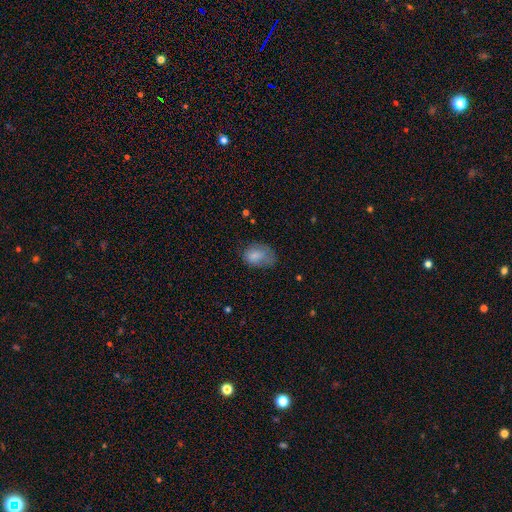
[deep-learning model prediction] Smooth or featured?
  - smooth: 78% *
  - featured or disk: 13%
  - star or artifact: 9%
How rounded?
  - in between: 79% *
  - round: 20%
  - cigar-shaped: 1%
Merging?
  - none: 43% *
  - minor disturbance: 34%
  - major disturbance: 21%
  - merger: 2%